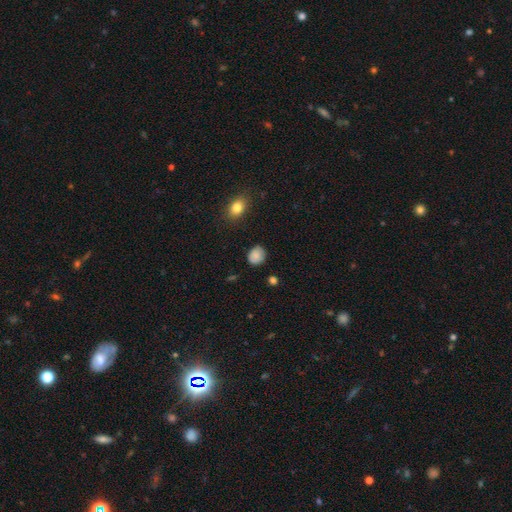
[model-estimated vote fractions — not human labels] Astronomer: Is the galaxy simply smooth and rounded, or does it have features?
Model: smooth — 84%.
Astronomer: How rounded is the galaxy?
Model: round — 68%.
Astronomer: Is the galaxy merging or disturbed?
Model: none — 78%.